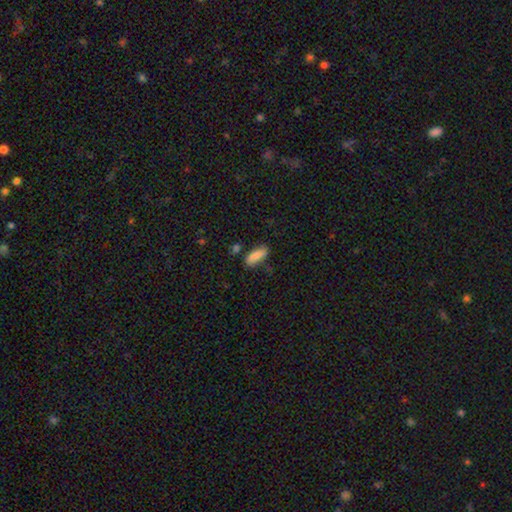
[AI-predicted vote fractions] Overall: smooth (84%). How rounded: in between (73%). Merging: none (69%).